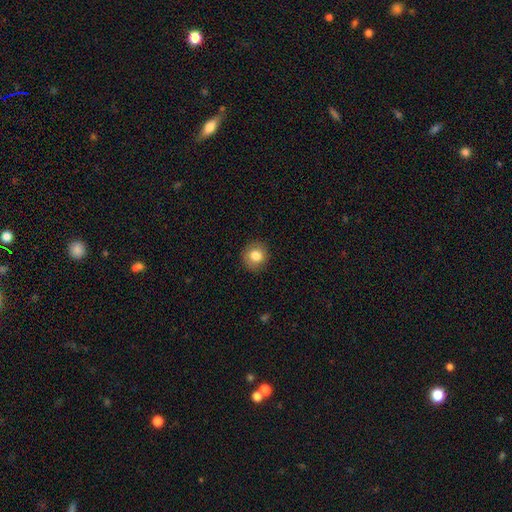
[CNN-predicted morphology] This is clearly a smooth galaxy (82%). How rounded: clearly round (89%). Merging: clearly none (90%).